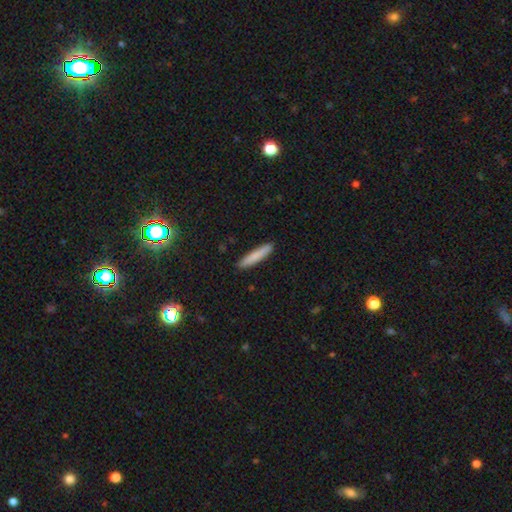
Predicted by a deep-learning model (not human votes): A smooth galaxy with no disk features (81%) that is cigar-shaped (92%). Merging: none (91%).